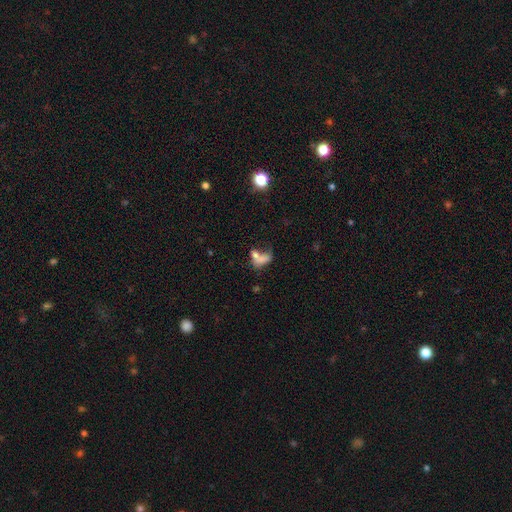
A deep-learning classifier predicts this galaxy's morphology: Smooth or featured? smooth (41%)
Merging? none (42%)